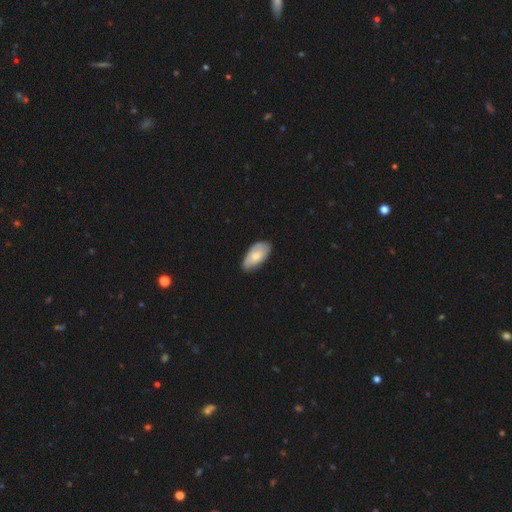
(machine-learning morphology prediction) Smooth or featured? Predicted: smooth (p=0.71). How rounded? Predicted: in between (p=0.94). Merging? Predicted: none (p=0.73).